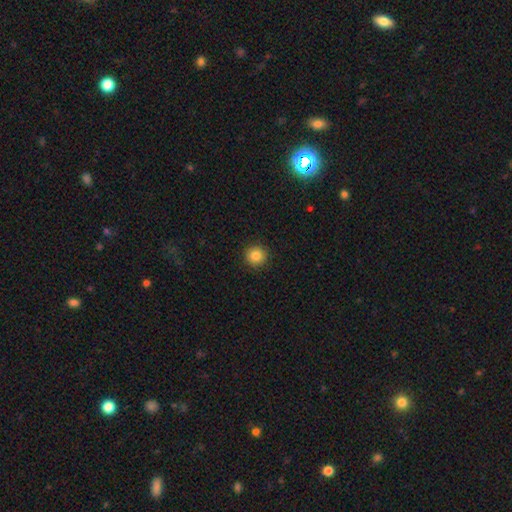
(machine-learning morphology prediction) A smooth galaxy with no disk features (85%) that is round (94%).

Vote fractions:
- Smooth or featured? smooth: 85% / star or artifact: 11% / featured or disk: 5%
- How rounded? round: 94% / in between: 5% / cigar-shaped: 1%
- Merging? none: 92% / minor disturbance: 5% / major disturbance: 2% / merger: 1%